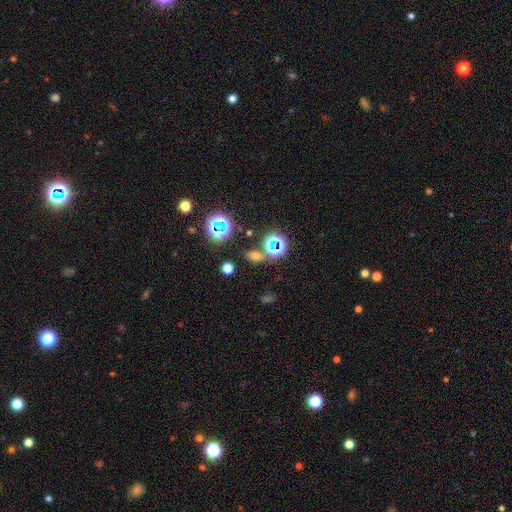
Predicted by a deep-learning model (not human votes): Smooth or featured?
  - smooth: 50% *
  - star or artifact: 39%
  - featured or disk: 11%
Merging?
  - none: 73% *
  - merger: 11%
  - minor disturbance: 11%
  - major disturbance: 5%